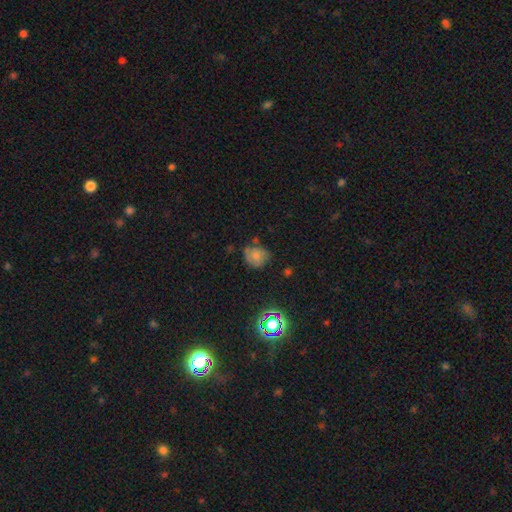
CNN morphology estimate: smooth_or_featured: smooth (p=0.59) [alt: featured or disk p=0.24]
how_rounded: round (p=0.70) [alt: in between p=0.29]
merging: none (p=0.57) [alt: minor disturbance p=0.29]